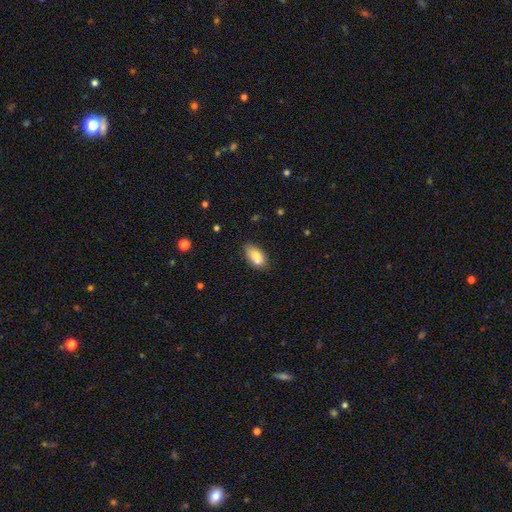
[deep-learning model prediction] smooth 79%, featured or disk 13%, star or artifact 8%. Down the decision tree: how rounded — in between (91%); merging — none (60%).